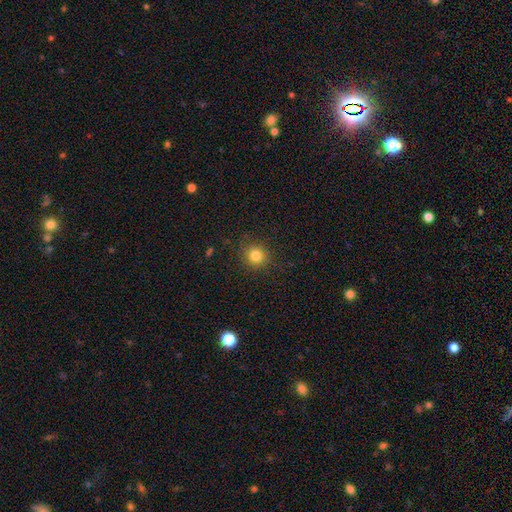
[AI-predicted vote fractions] Morphology: type=smooth (81%); roundness=round (89%); merging=none (87%).